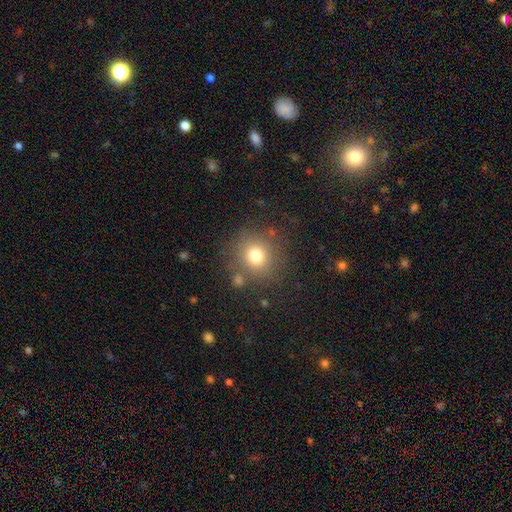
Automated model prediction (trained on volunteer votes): Smooth or featured? smooth (74%)
How rounded? round (88%)
Merging? none (80%)